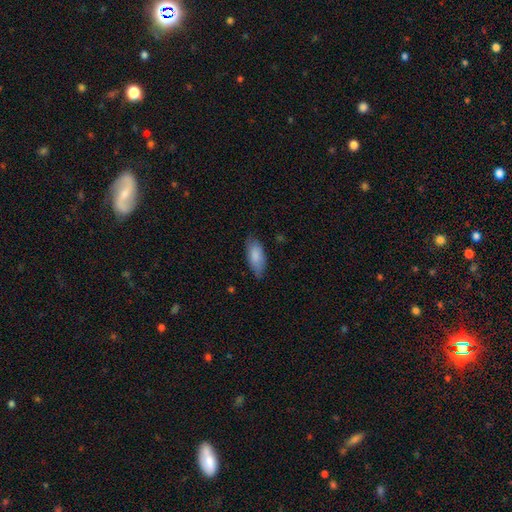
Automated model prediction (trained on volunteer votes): This is clearly a smooth galaxy (84%). How rounded: clearly in between (84%). Merging: likely none (75%).